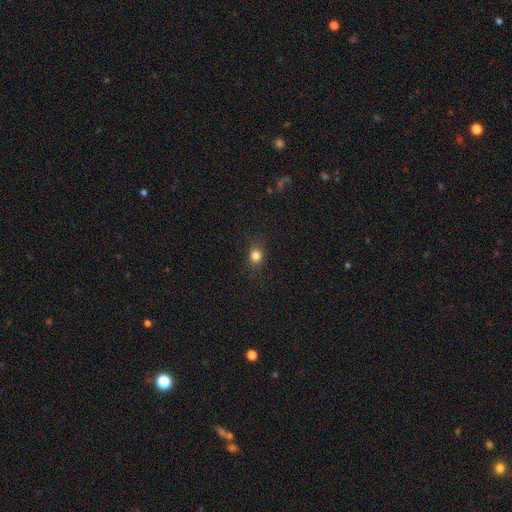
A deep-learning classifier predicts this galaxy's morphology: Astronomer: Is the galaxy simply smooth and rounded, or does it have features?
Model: smooth — 81%.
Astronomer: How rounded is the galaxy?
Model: round — 73%.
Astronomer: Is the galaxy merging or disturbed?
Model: none — 86%.